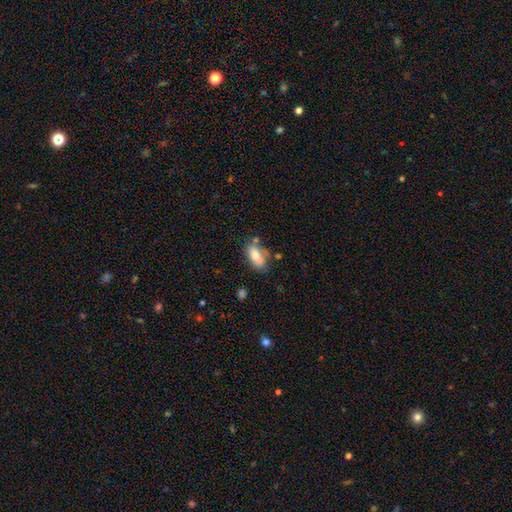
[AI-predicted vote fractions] Smooth or featured? Predicted: smooth (p=0.79). How rounded? Predicted: in between (p=0.89). Merging? Predicted: none (p=0.63).